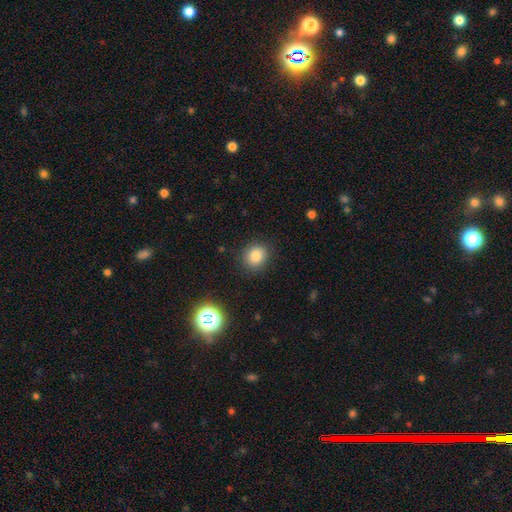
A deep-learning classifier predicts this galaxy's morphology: The model was most divided on "how rounded": round: 77%, in between: 22%, cigar-shaped: 1%. More confident: merging — none (86%); smooth or featured — smooth (83%).